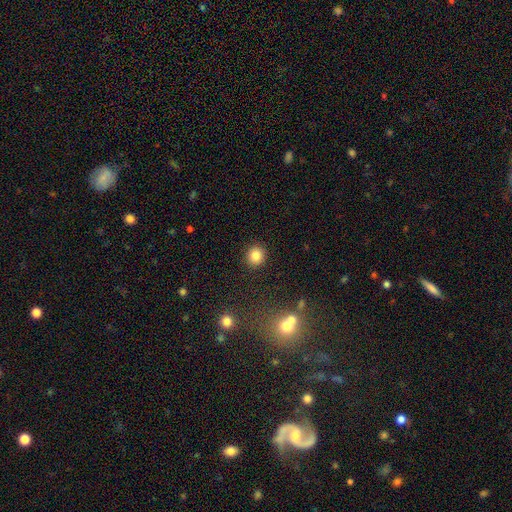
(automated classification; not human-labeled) Smooth or featured? Predicted: smooth (p=0.84). How rounded? Predicted: round (p=0.89). Merging? Predicted: none (p=0.91).